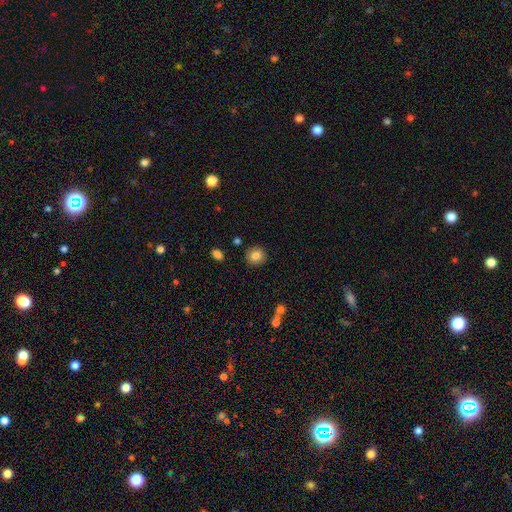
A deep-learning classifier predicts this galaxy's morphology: Smooth or featured? smooth (83%)
How rounded? round (87%)
Merging? none (89%)